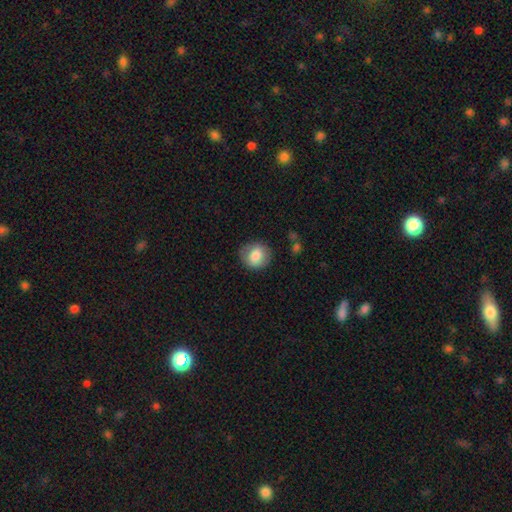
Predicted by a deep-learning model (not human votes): Overall: smooth (79%). How rounded: round (80%). Merging: none (82%).